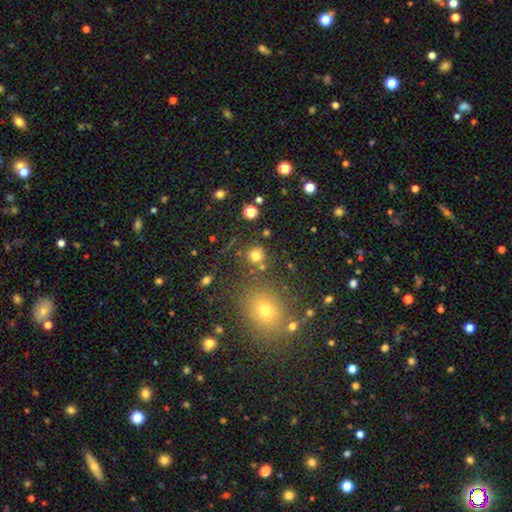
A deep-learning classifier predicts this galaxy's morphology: Overall: smooth (76%). How rounded: round (90%). Merging: none (78%).